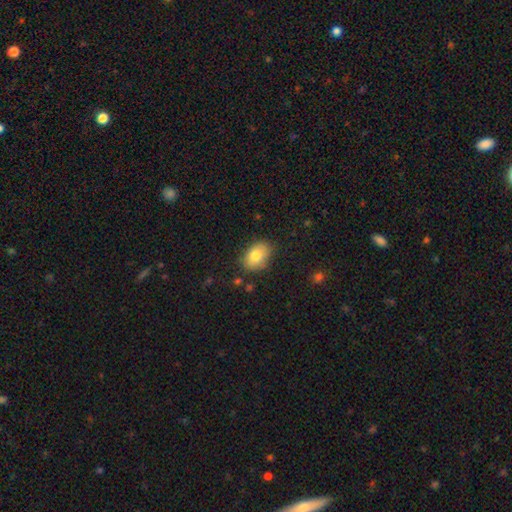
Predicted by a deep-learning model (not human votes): smooth-or-featured: smooth: 79% | featured or disk: 13% | star or artifact: 8%
  how-rounded: in between: 81% | round: 17% | cigar-shaped: 1%
  merging: none: 79% | minor disturbance: 16% | major disturbance: 3% | merger: 2%